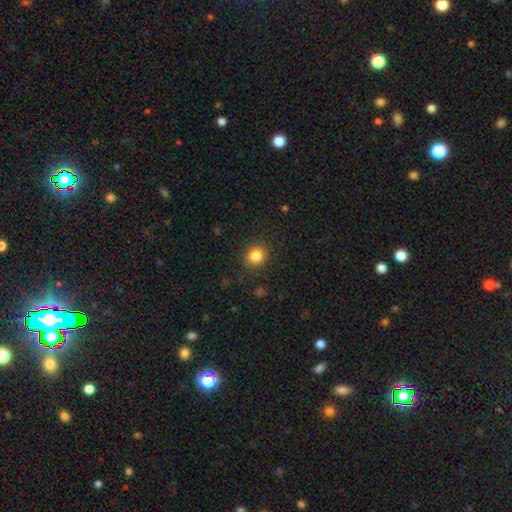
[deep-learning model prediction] Smooth or featured? smooth (84%)
How rounded? round (81%)
Merging? none (87%)